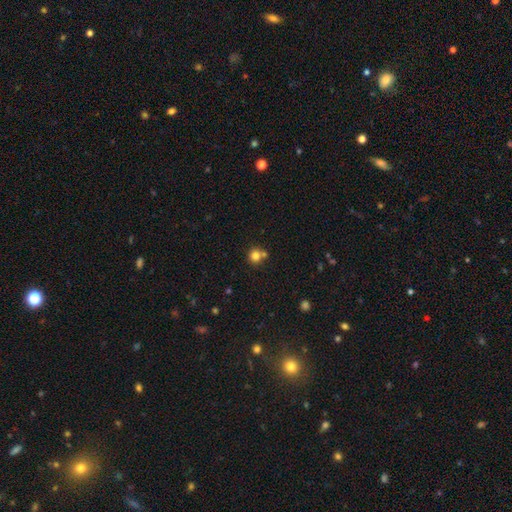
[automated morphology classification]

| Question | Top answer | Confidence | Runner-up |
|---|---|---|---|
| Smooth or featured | smooth | 80% | star or artifact (12%) |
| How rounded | round | 90% | in between (9%) |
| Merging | none | 63% | merger (26%) |